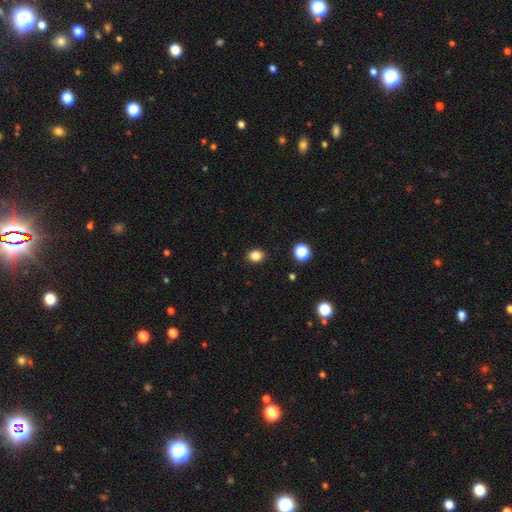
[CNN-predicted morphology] smooth-or-featured: smooth: 84% | star or artifact: 12% | featured or disk: 4%
  how-rounded: round: 54% | in between: 45% | cigar-shaped: 1%
  merging: none: 90% | minor disturbance: 7% | major disturbance: 2% | merger: 1%